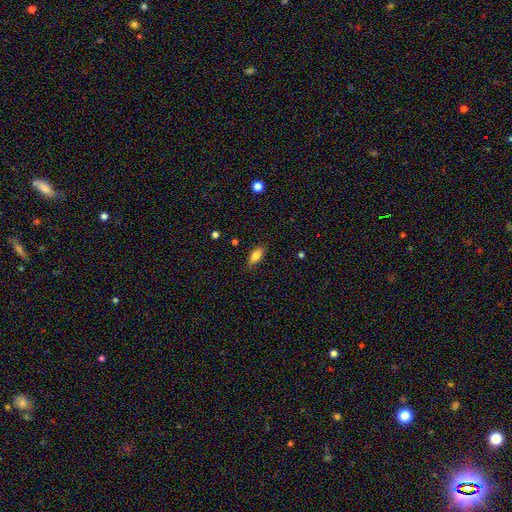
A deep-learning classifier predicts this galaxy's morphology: smooth 82%, featured or disk 11%, star or artifact 8%. Down the decision tree: how rounded — in between (85%); merging — none (83%).